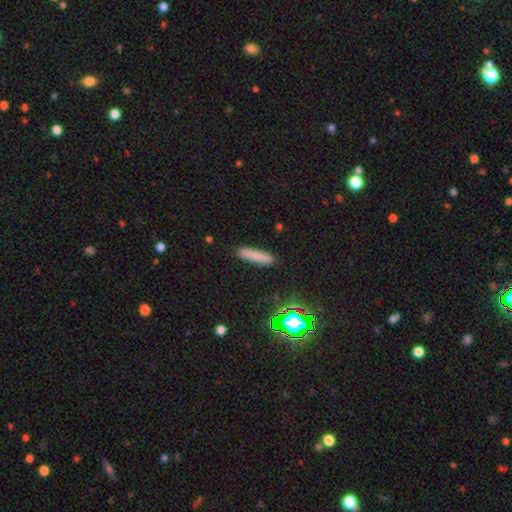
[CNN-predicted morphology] The model was most divided on "smooth or featured": smooth: 79%, star or artifact: 12%, featured or disk: 10%. More confident: merging — none (88%); how rounded — cigar-shaped (87%).